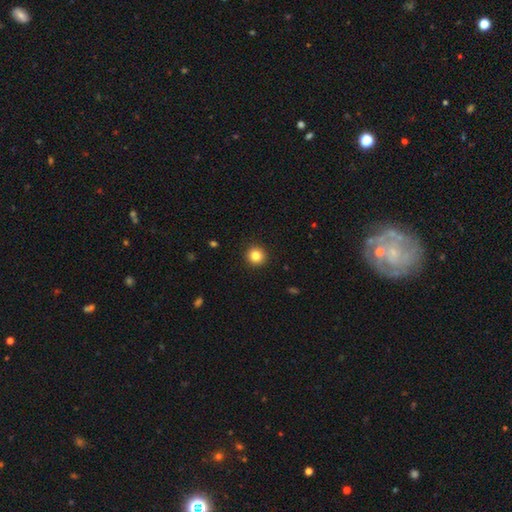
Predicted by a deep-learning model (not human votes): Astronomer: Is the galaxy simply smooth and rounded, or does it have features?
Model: smooth — 83%.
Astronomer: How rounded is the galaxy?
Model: round — 93%.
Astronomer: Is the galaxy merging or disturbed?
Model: none — 92%.